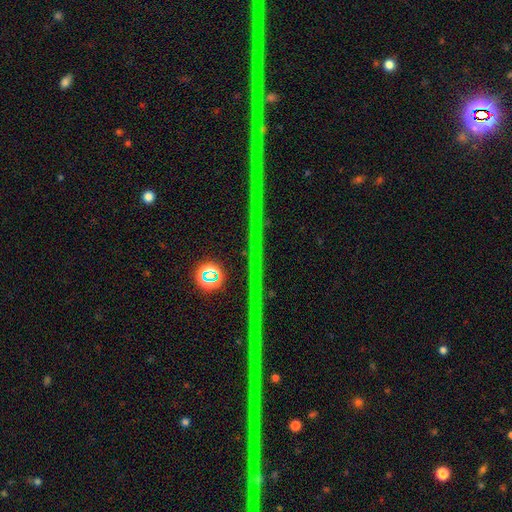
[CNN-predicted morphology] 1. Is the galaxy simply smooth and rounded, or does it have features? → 83% star or artifact, 11% featured or disk, 5% smooth.